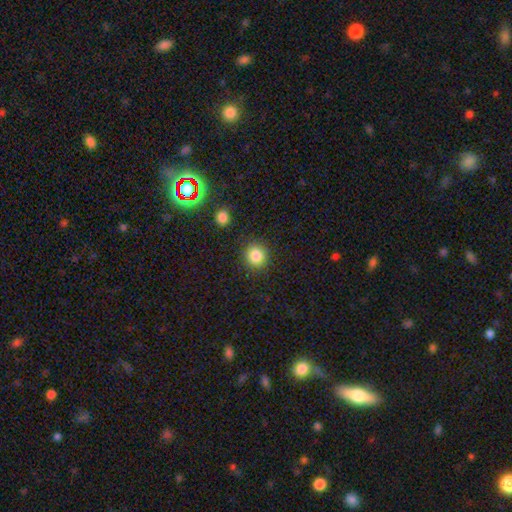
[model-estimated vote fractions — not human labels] Smooth or featured?
  - smooth: 84% *
  - star or artifact: 11%
  - featured or disk: 5%
How rounded?
  - round: 88% *
  - in between: 11%
  - cigar-shaped: 1%
Merging?
  - none: 89% *
  - minor disturbance: 7%
  - major disturbance: 2%
  - merger: 2%